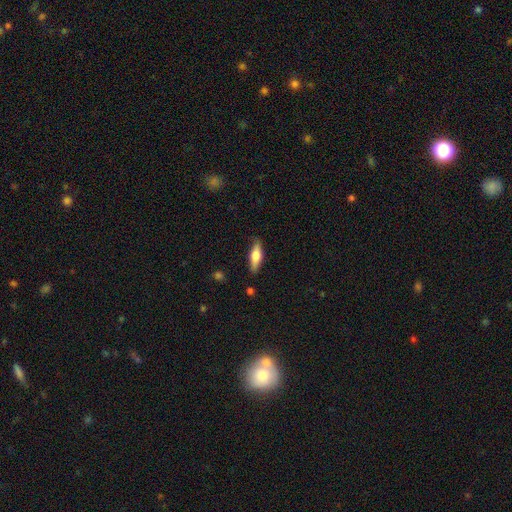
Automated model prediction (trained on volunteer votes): Smooth or featured?
  - smooth: 62% *
  - featured or disk: 32%
  - star or artifact: 6%
How rounded?
  - in between: 51% *
  - cigar-shaped: 47%
  - round: 2%
Merging?
  - none: 83% *
  - minor disturbance: 13%
  - major disturbance: 2%
  - merger: 1%